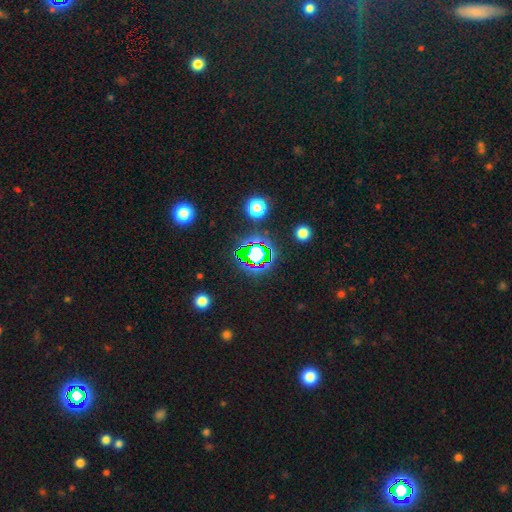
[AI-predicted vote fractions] This appears to be a star or artifact, not a galaxy (74%).